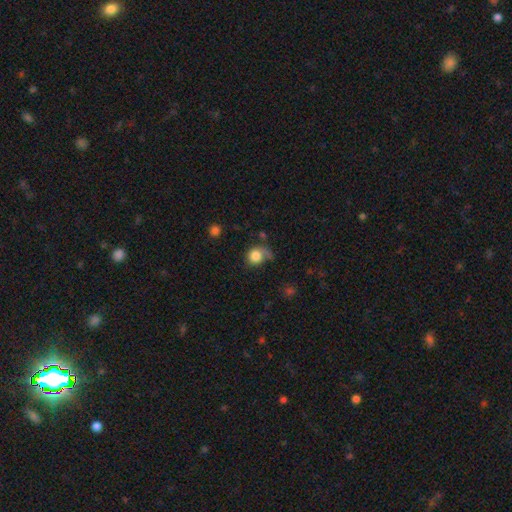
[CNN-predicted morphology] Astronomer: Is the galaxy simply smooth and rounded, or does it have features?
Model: smooth — 81%.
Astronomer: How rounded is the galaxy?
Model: round — 77%.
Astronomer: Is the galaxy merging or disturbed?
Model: none — 47% (runner-up: minor disturbance, 26%).